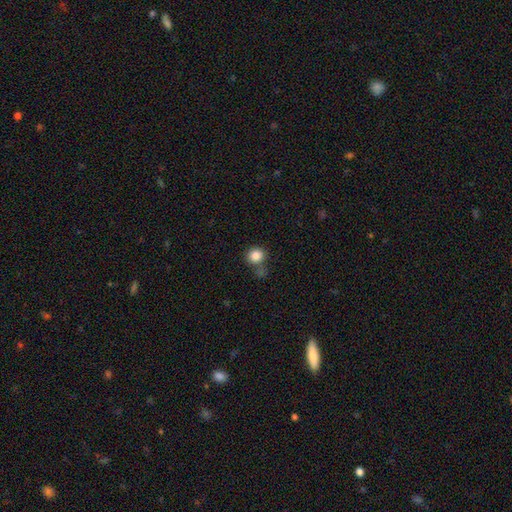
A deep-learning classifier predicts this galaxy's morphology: The model was most divided on "merging": none: 70%, merger: 14%, minor disturbance: 12%, major disturbance: 4%. More confident: how rounded — round (88%); smooth or featured — smooth (86%).